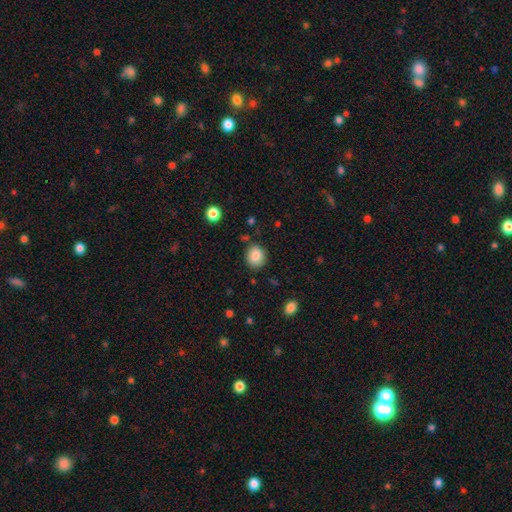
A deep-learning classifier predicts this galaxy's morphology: The model was most divided on "how rounded": round: 65%, in between: 34%, cigar-shaped: 1%. More confident: smooth or featured — smooth (86%); merging — none (82%).